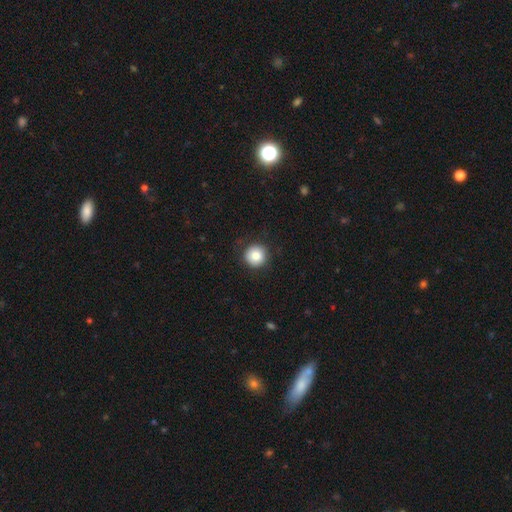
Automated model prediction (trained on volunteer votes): smooth-or-featured: smooth: 84% | star or artifact: 9% | featured or disk: 7%
  how-rounded: round: 95% | in between: 4% | cigar-shaped: 1%
  merging: none: 87% | minor disturbance: 9% | major disturbance: 3% | merger: 1%